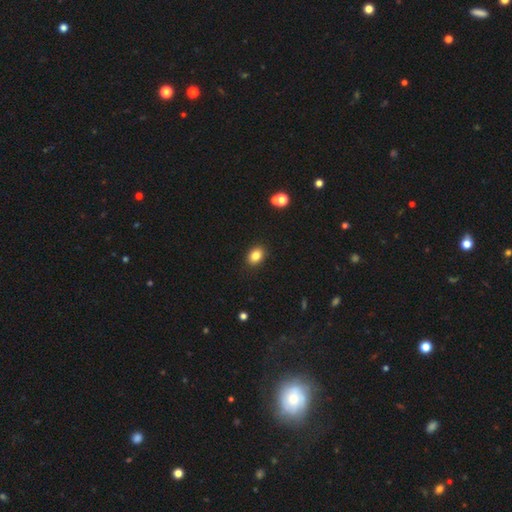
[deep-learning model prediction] Smooth or featured? smooth (83%)
How rounded? in between (66%)
Merging? none (90%)